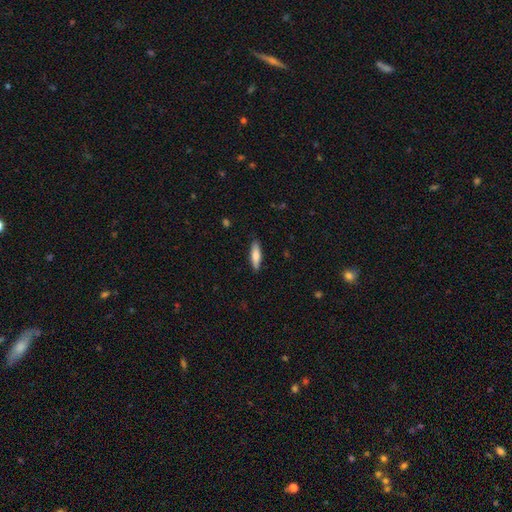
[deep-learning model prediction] smooth_or_featured: smooth (p=0.73) [alt: featured or disk p=0.21]
how_rounded: cigar-shaped (p=0.65) [alt: in between p=0.33]
merging: none (p=0.87) [alt: minor disturbance p=0.10]